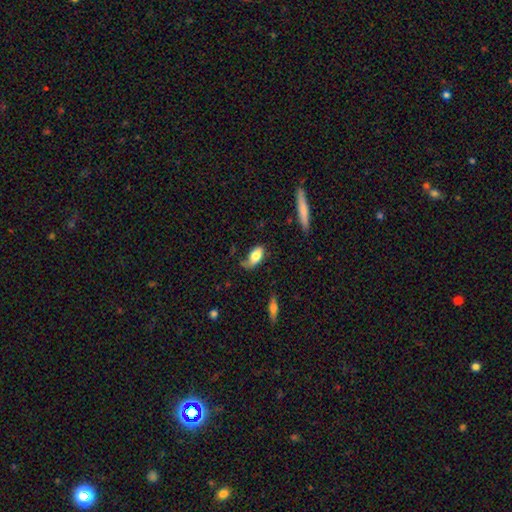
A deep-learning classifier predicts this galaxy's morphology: Overall: smooth (76%). How rounded: in between (90%). Merging: none (45%; minor disturbance 33%).